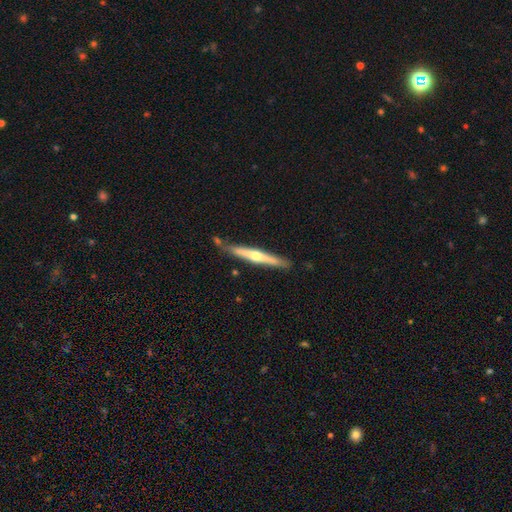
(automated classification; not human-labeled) featured or disk 62%, smooth 33%, star or artifact 5%. Down the decision tree: edge-on disk — yes (96%); edge-on bulge — rounded (85%); merging — none (77%).